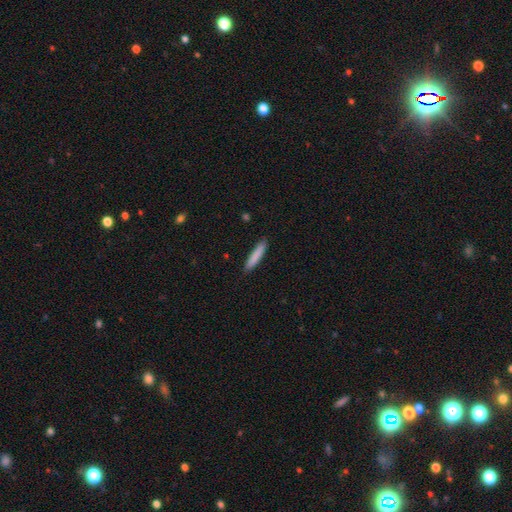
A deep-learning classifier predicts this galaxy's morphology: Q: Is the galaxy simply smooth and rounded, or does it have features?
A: smooth — 85%.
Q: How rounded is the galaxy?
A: cigar-shaped — 90%.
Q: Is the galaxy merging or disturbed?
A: none — 89%.